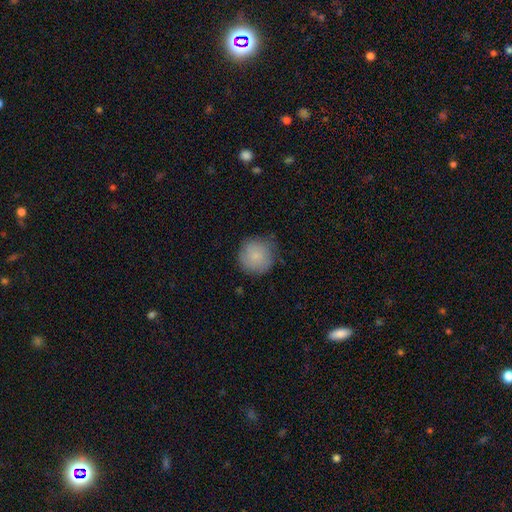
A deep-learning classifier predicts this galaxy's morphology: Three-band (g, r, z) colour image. It shows a smooth galaxy with no disk features (83%) that is round (93%). Merging: none (76%).